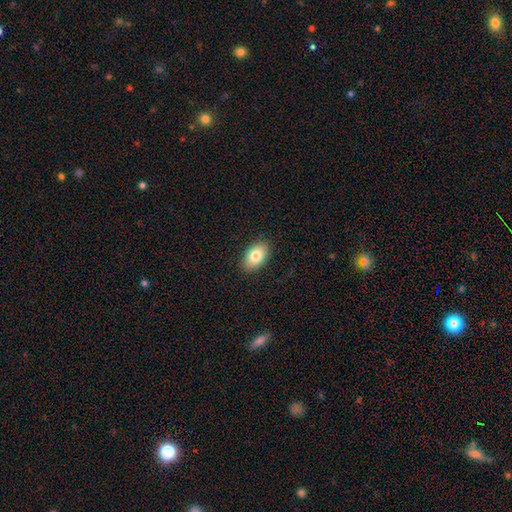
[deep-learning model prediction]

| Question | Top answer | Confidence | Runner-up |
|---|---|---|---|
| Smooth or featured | smooth | 81% | featured or disk (12%) |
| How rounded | in between | 91% | round (7%) |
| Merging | none | 89% | minor disturbance (9%) |